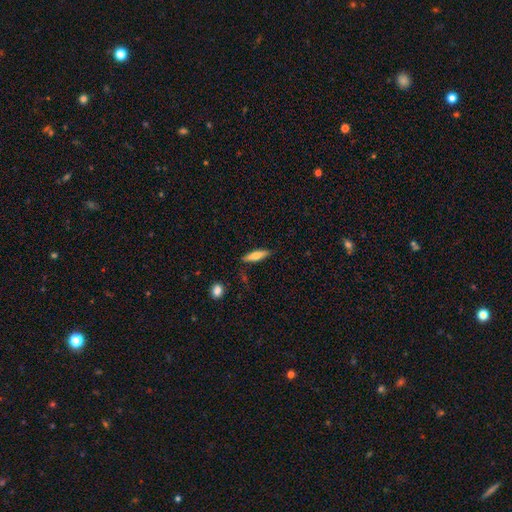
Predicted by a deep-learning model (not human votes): smooth-or-featured: smooth: 71% | featured or disk: 23% | star or artifact: 6%
  how-rounded: cigar-shaped: 69% | in between: 29% | round: 2%
  merging: none: 84% | minor disturbance: 11% | major disturbance: 2% | merger: 2%